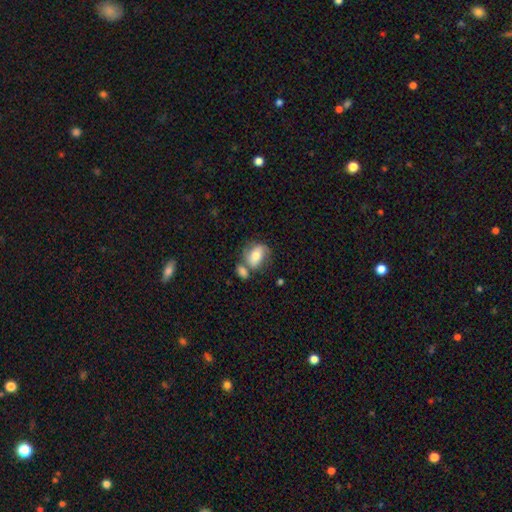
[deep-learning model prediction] This is likely a smooth galaxy (60%). How rounded: likely in between (73%). Merging: marginally none (43%).